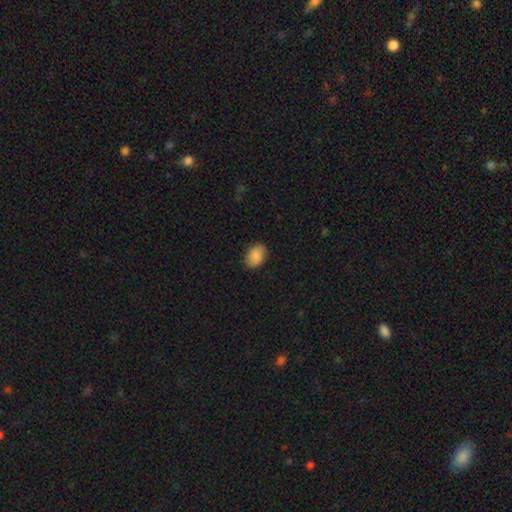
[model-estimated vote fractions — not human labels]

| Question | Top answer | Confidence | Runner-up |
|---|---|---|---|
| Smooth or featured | smooth | 88% | star or artifact (7%) |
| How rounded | in between | 79% | round (20%) |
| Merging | none | 87% | minor disturbance (10%) |